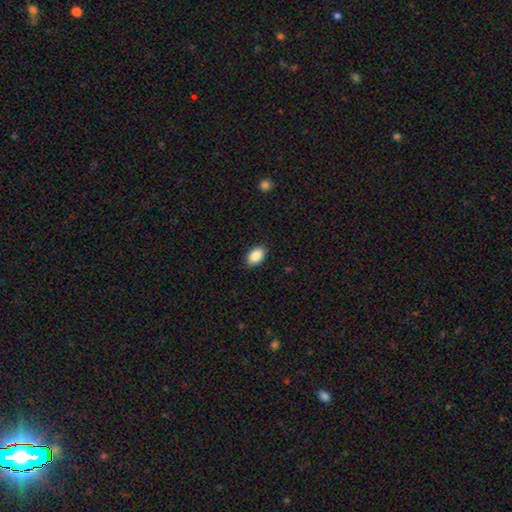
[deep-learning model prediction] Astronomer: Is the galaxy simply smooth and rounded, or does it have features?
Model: smooth — 89%.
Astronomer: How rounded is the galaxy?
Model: in between — 91%.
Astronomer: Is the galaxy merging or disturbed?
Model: none — 88%.